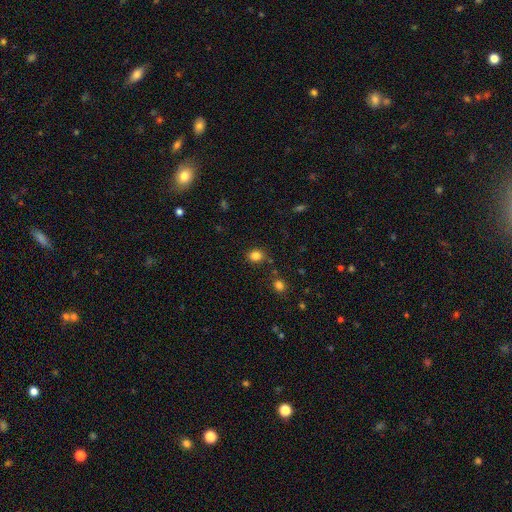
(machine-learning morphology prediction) smooth_or_featured: smooth (p=0.83) [alt: star or artifact p=0.13]
how_rounded: round (p=0.67) [alt: in between p=0.32]
merging: none (p=0.82) [alt: minor disturbance p=0.11]